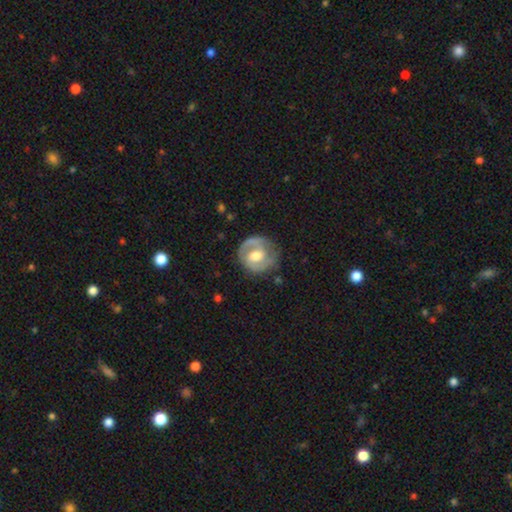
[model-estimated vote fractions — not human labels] A featured or disk galaxy (76%) with a weak bar (45%), 2 (79%) tight (44%) spiral arms (89%) and a moderate central bulge (67%). Merging: none (77%).